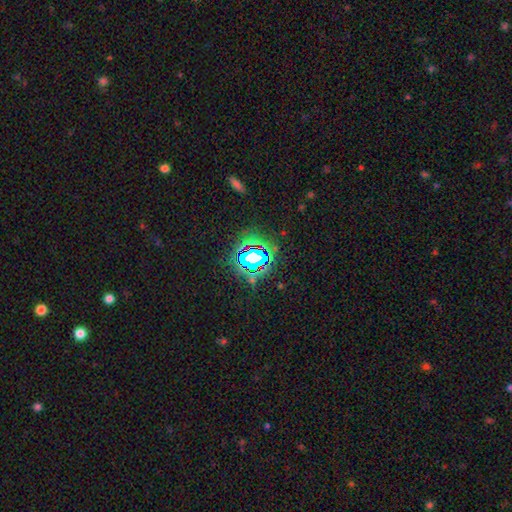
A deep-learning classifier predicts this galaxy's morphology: Overall: star or artifact (72%).